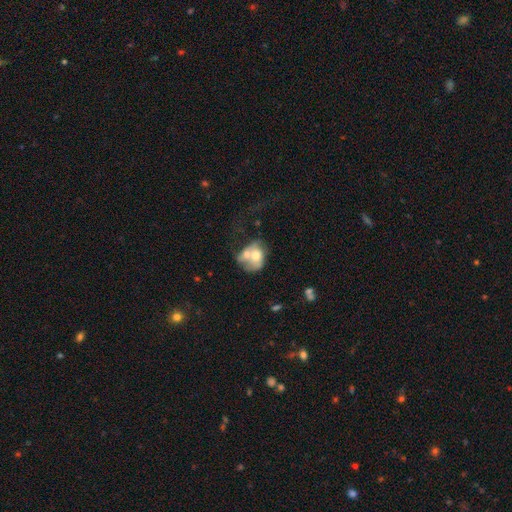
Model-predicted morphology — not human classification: A smooth galaxy with no disk features (51%) that is round (52%). Merging: merger (60%).